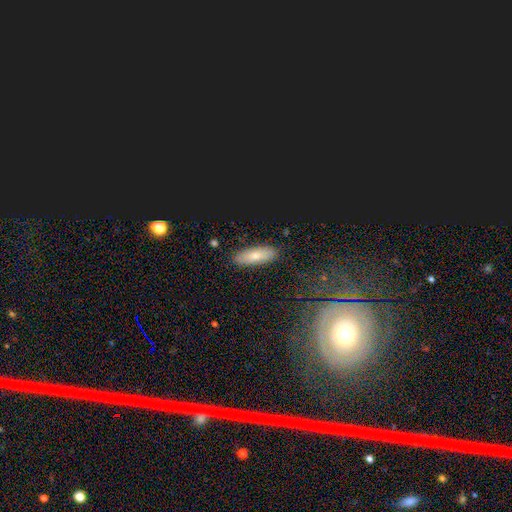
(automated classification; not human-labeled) Smooth or featured: smooth — 67% (featured or disk — 21%)
How rounded: in between — 66% (cigar-shaped — 31%)
Merging: none — 88% (minor disturbance — 9%)